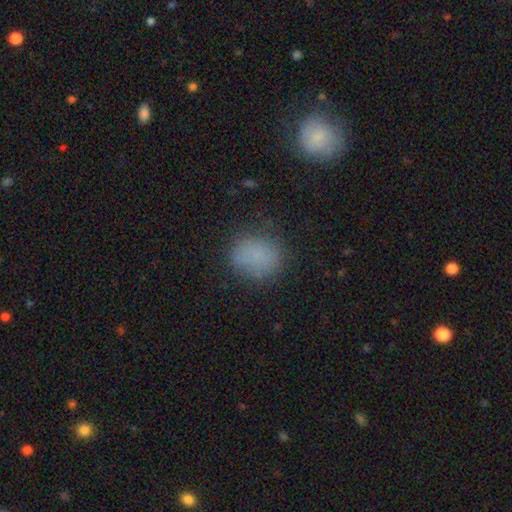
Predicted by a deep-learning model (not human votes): This appears to be a smooth galaxy with no disk features (81%) that is round (64%). Merging: none (78%).